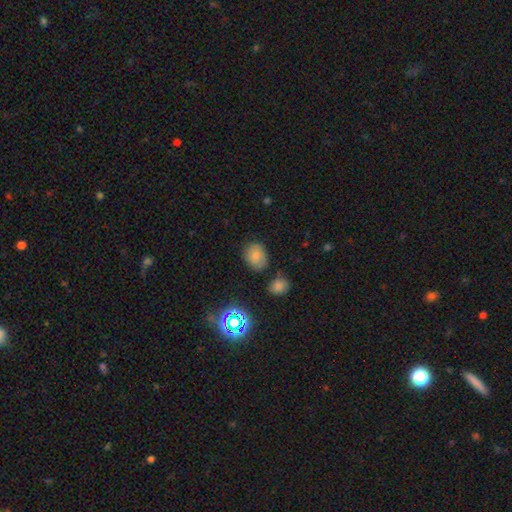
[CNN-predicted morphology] smooth_or_featured: smooth (p=0.76) [alt: star or artifact p=0.15]
how_rounded: in between (p=0.55) [alt: round p=0.44]
merging: none (p=0.76) [alt: minor disturbance p=0.15]